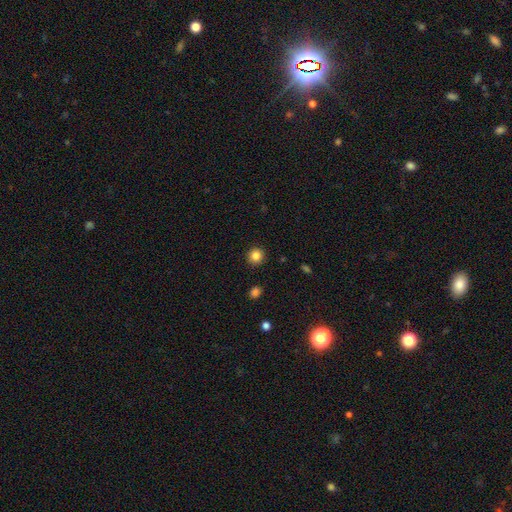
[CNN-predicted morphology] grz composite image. It shows a smooth galaxy with no disk features (85%) that is round (94%). Merging: none (92%).